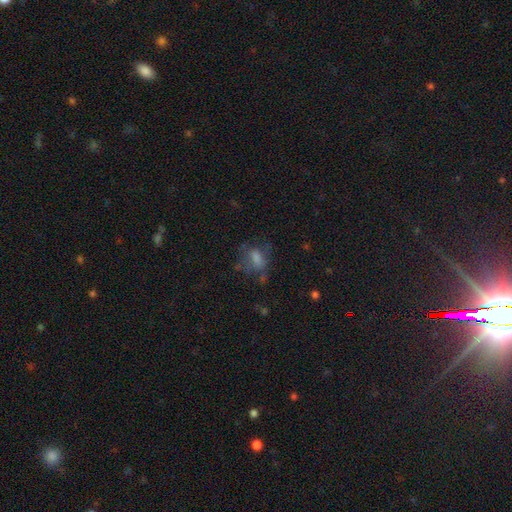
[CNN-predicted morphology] smooth-or-featured: smooth: 43% | featured or disk: 33% | star or artifact: 23%
  merging: none: 51% | major disturbance: 25% | minor disturbance: 20% | merger: 4%